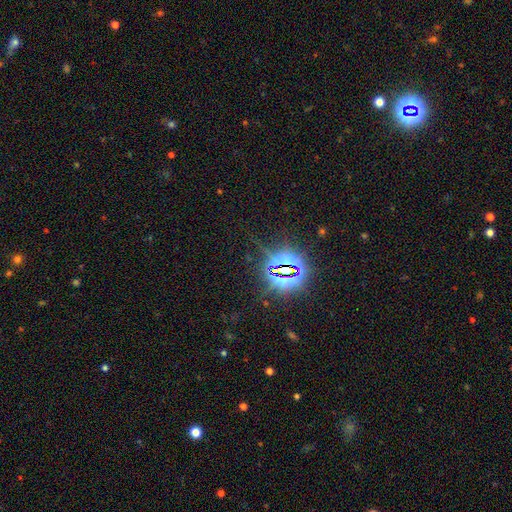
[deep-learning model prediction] Smooth or featured? Predicted: star or artifact (p=0.83).